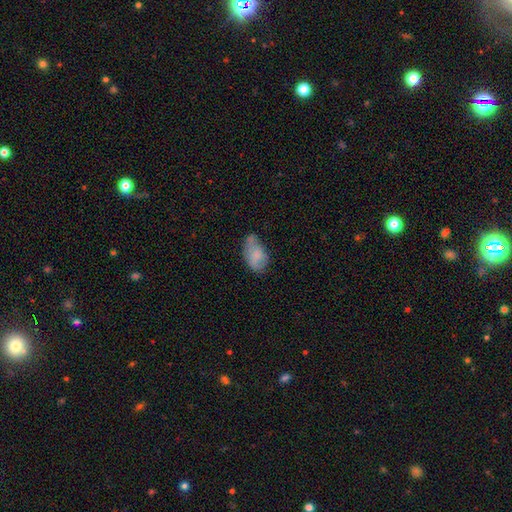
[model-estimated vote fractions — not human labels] smooth 71%, featured or disk 21%, star or artifact 8%. Down the decision tree: how rounded — in between (92%); merging — none (39%, tied with minor disturbance).